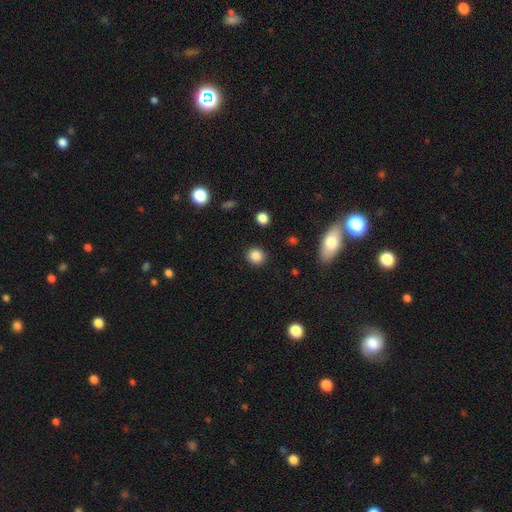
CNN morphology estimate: smooth 86%, star or artifact 10%, featured or disk 4%. Down the decision tree: how rounded — round (88%); merging — none (90%).